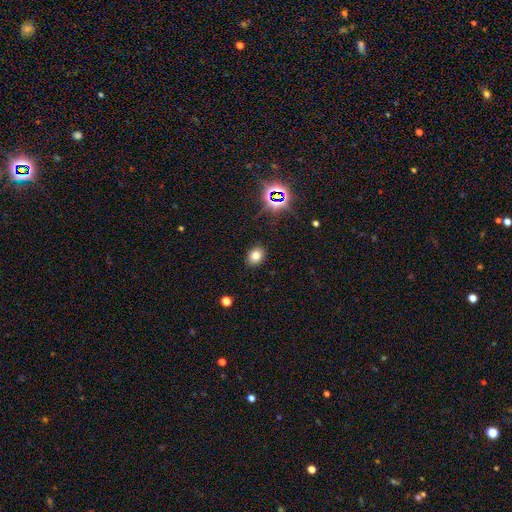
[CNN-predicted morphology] smooth-or-featured: smooth: 76% | star or artifact: 17% | featured or disk: 8%
  how-rounded: in between: 55% | round: 44% | cigar-shaped: 1%
  merging: none: 88% | minor disturbance: 8% | major disturbance: 3% | merger: 1%